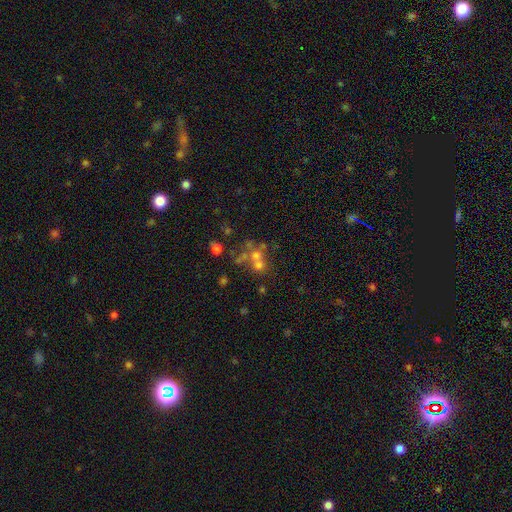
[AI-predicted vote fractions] This is marginally a smooth galaxy (43%). Merging: marginally merger (45%).